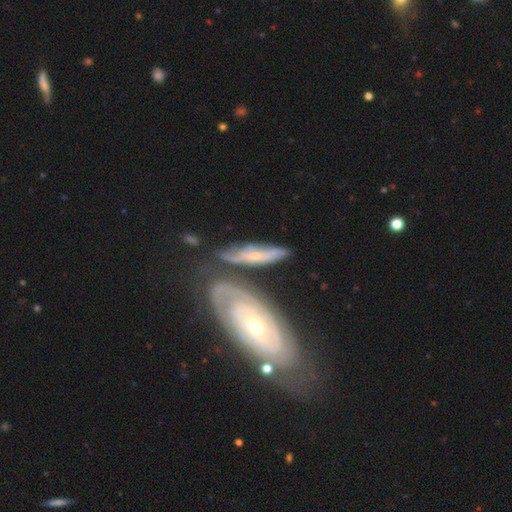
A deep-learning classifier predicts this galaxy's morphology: The model was most divided on "merging": none: 52%, merger: 20%, minor disturbance: 19%, major disturbance: 9%. More confident: edge-on disk — no (68%); smooth or featured — featured or disk (64%).